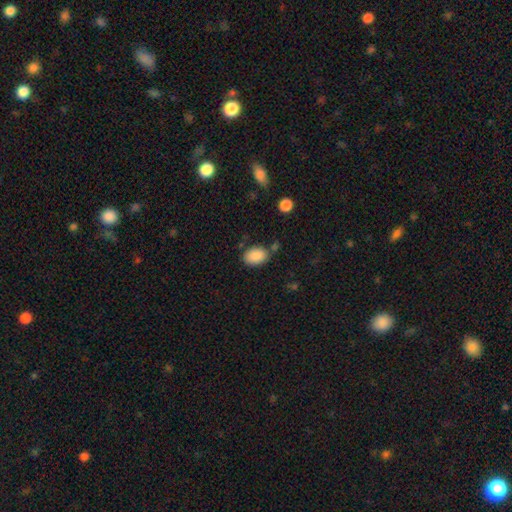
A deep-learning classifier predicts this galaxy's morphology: A smooth galaxy with no disk features (89%) that is in between round and cigar-shaped (84%).

Vote fractions:
- Smooth or featured? smooth: 89% / star or artifact: 8% / featured or disk: 4%
- How rounded? in between: 84% / round: 15% / cigar-shaped: 1%
- Merging? none: 74% / minor disturbance: 16% / merger: 6% / major disturbance: 4%